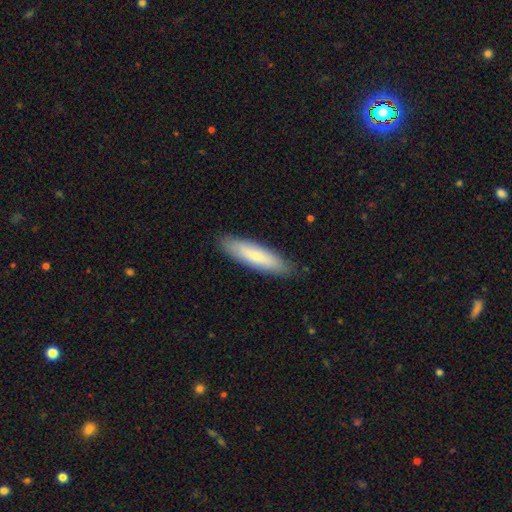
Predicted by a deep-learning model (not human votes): Smooth or featured? Predicted: smooth (p=0.77). How rounded? Predicted: cigar-shaped (p=0.73). Merging? Predicted: none (p=0.88).